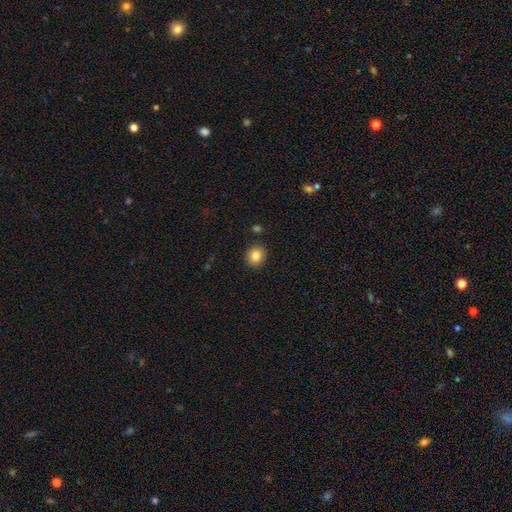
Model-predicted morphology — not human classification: A smooth galaxy with no disk features (84%) that is round (82%). Merging: none (90%).